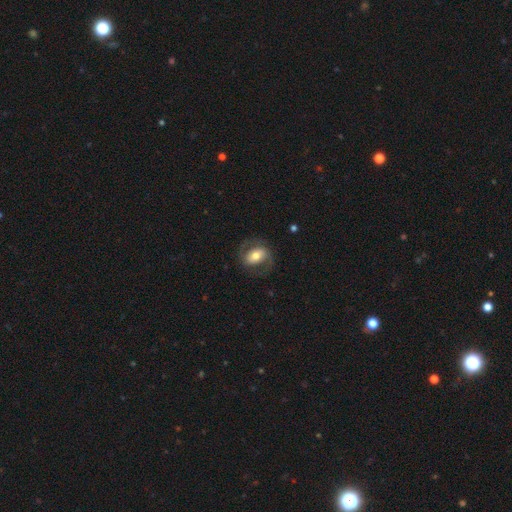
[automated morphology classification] Smooth or featured? featured or disk (60%)
Edge-on disk? no (96%)
Bar? no (34%)
Spiral arms? yes (80%)
Bulge size? moderate (60%)
Merging? none (73%)